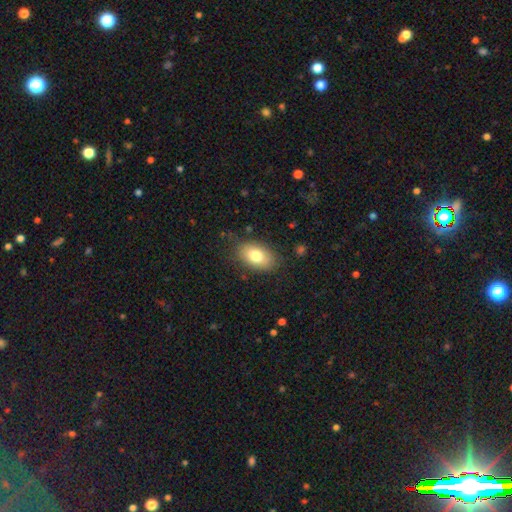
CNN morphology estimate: Overall: smooth (79%). How rounded: in between (89%). Merging: none (81%).